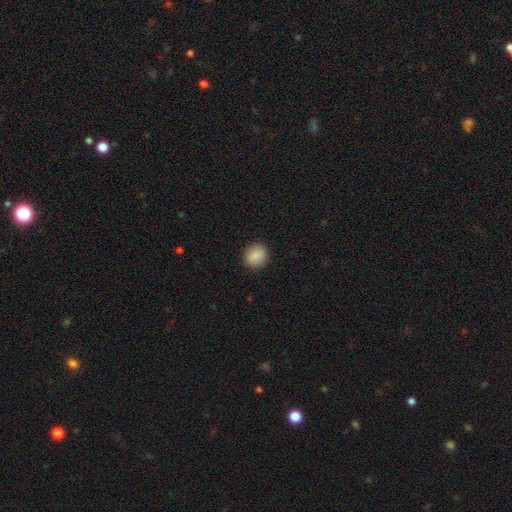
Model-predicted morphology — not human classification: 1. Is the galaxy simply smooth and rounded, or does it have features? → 87% smooth, 8% star or artifact, 5% featured or disk.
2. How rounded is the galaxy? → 77% round, 22% in between, 1% cigar-shaped.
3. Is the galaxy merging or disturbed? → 90% none, 7% minor disturbance, 2% major disturbance, 1% merger.